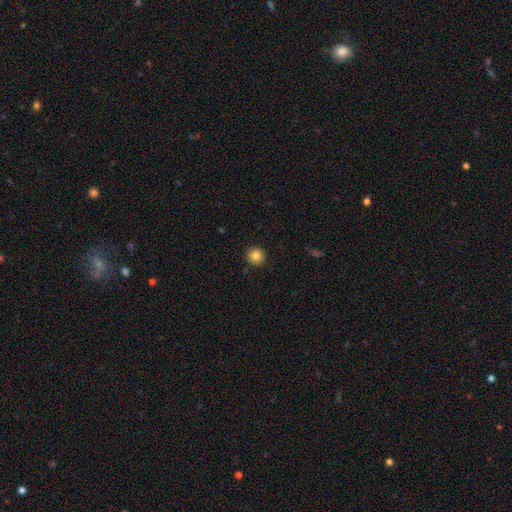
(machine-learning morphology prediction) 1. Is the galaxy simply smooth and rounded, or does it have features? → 84% smooth, 11% star or artifact, 6% featured or disk.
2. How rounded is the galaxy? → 95% round, 4% in between, 1% cigar-shaped.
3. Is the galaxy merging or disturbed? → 92% none, 5% minor disturbance, 2% major disturbance, 1% merger.